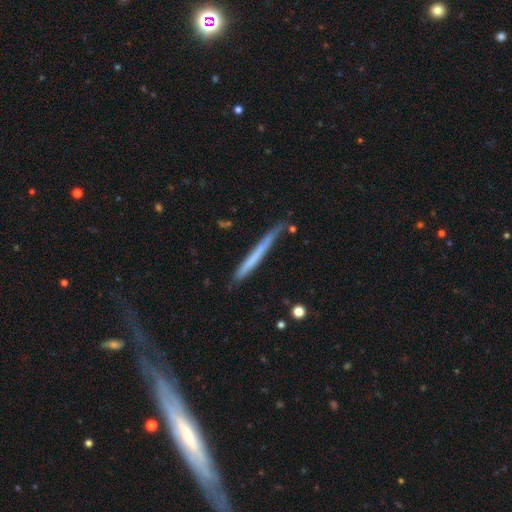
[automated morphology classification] The model was most divided on "smooth or featured": smooth: 54%, featured or disk: 40%, star or artifact: 6%. More confident: how rounded — cigar-shaped (97%); merging — none (81%).